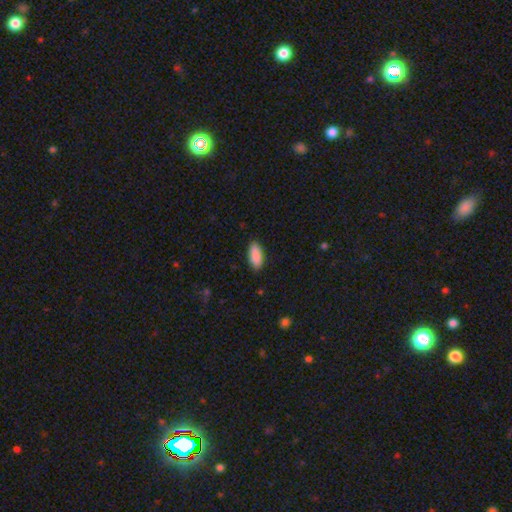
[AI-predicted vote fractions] smooth 90%, star or artifact 6%, featured or disk 4%. Down the decision tree: how rounded — in between (83%); merging — none (87%).